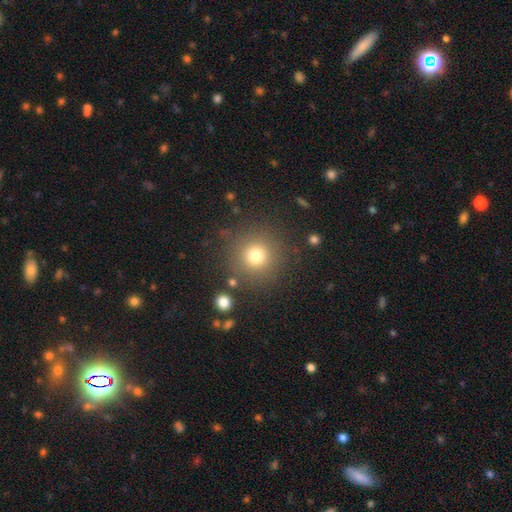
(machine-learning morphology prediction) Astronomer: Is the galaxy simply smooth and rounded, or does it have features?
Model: smooth — 76%.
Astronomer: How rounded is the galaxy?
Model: round — 94%.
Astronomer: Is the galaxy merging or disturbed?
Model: none — 85%.